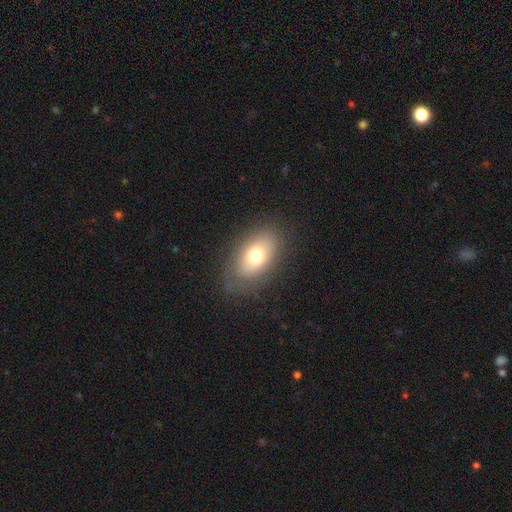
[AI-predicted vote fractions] smooth_or_featured: smooth (p=0.69) [alt: featured or disk p=0.22]
how_rounded: in between (p=0.89) [alt: round p=0.09]
merging: none (p=0.76) [alt: minor disturbance p=0.16]